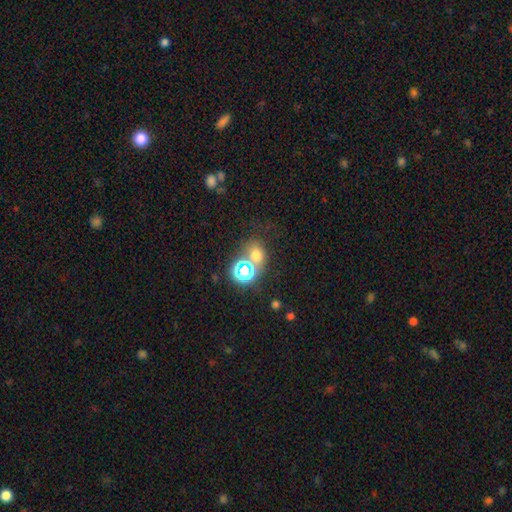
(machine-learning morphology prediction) A smooth galaxy with no disk features (56%) that is round (64%).

Vote fractions:
- Smooth or featured? smooth: 56% / star or artifact: 34% / featured or disk: 10%
- How rounded? round: 64% / in between: 35% / cigar-shaped: 1%
- Merging? none: 56% / merger: 27% / minor disturbance: 11% / major disturbance: 6%